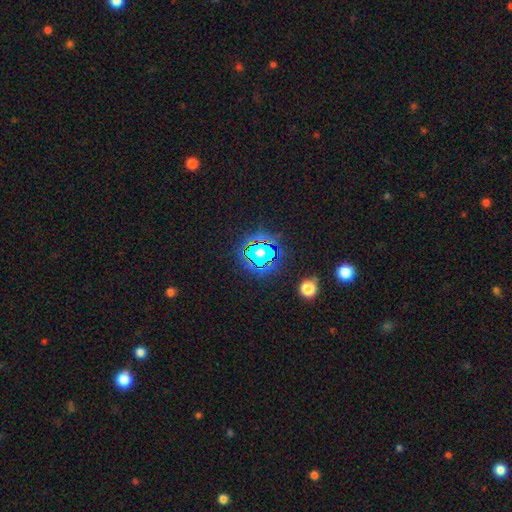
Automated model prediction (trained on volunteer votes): Overall: star or artifact (75%).